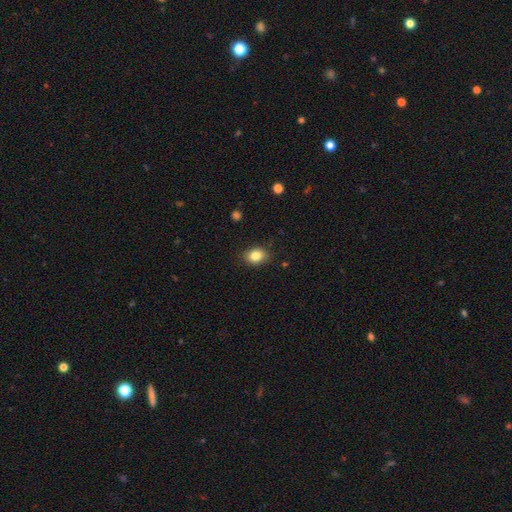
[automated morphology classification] A smooth galaxy with no disk features (83%) that is in between round and cigar-shaped (54%).

Vote fractions:
- Smooth or featured? smooth: 83% / star or artifact: 10% / featured or disk: 7%
- How rounded? in between: 54% / round: 45% / cigar-shaped: 1%
- Merging? none: 86% / minor disturbance: 10% / major disturbance: 2% / merger: 1%